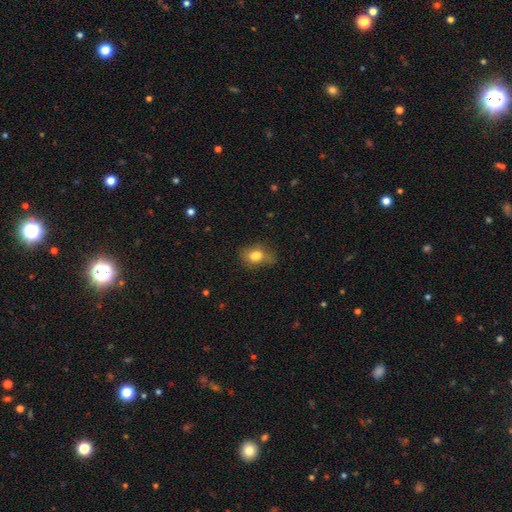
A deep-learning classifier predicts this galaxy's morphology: A smooth galaxy with no disk features (79%) that is in between round and cigar-shaped (67%). Merging: none (66%).